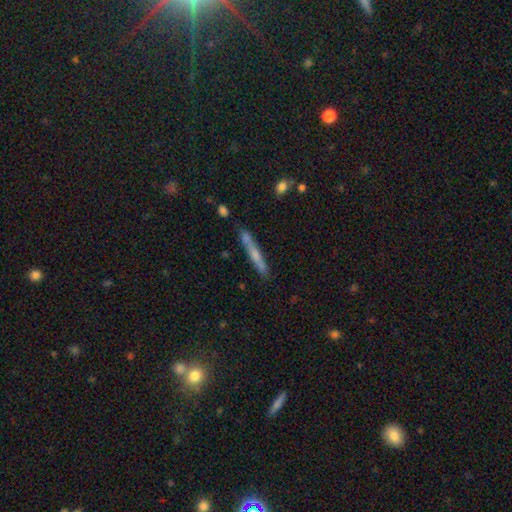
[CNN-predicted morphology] Smooth or featured?
  - smooth: 57% *
  - featured or disk: 36%
  - star or artifact: 7%
How rounded?
  - cigar-shaped: 93% *
  - in between: 5%
  - round: 2%
Merging?
  - none: 71% *
  - minor disturbance: 15%
  - merger: 10%
  - major disturbance: 4%